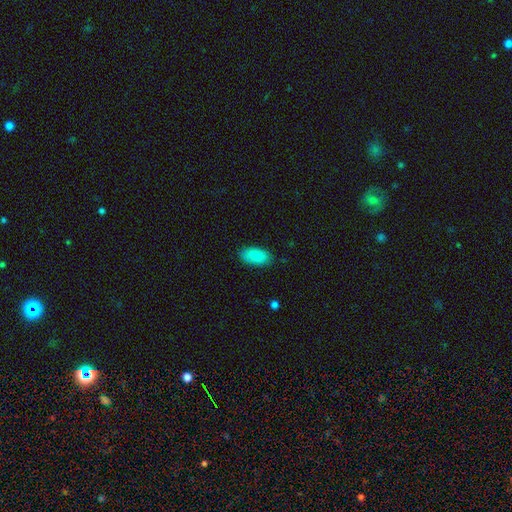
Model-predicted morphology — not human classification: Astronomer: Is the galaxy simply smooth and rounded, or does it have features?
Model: smooth — 86%.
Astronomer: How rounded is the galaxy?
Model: in between — 92%.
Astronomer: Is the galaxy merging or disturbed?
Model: none — 85%.